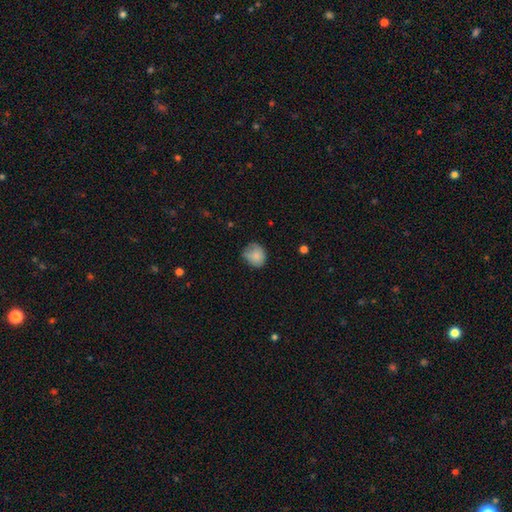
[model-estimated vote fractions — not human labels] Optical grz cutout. It shows a smooth galaxy with no disk features (81%) that is round (72%). Merging: none (57%).